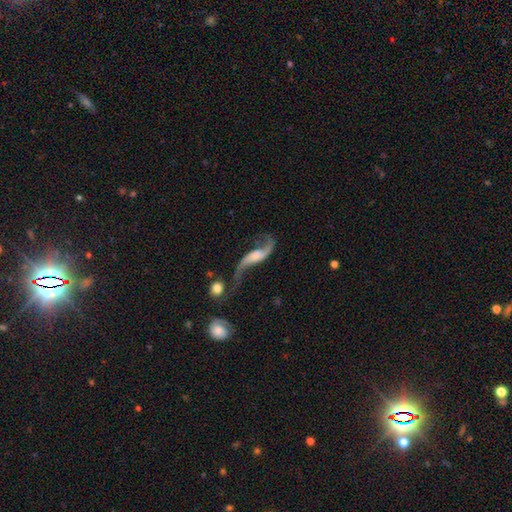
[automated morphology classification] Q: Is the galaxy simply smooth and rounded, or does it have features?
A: featured or disk — 85%.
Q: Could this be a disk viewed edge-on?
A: no — 92%.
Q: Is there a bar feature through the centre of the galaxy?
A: no — 52%.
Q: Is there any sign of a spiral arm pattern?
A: yes — 94%.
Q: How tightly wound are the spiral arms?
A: loose — 92%.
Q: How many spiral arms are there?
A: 2 — 92%.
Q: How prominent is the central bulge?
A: none — 39%.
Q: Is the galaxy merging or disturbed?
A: none — 44%.